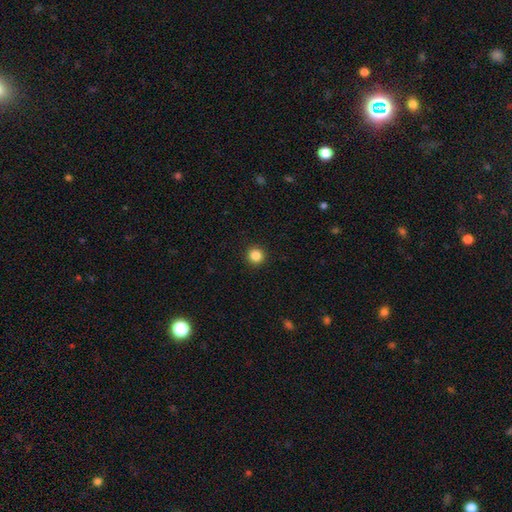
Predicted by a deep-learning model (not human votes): A smooth galaxy with no disk features (85%) that is round (95%).

Vote fractions:
- Smooth or featured? smooth: 85% / star or artifact: 11% / featured or disk: 4%
- How rounded? round: 95% / in between: 4% / cigar-shaped: 1%
- Merging? none: 93% / minor disturbance: 4% / major disturbance: 2% / merger: 1%